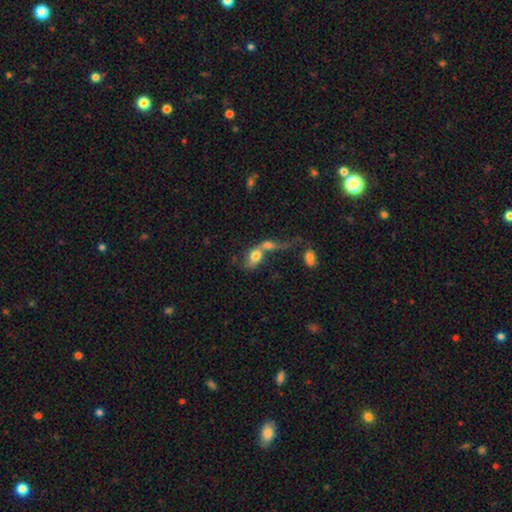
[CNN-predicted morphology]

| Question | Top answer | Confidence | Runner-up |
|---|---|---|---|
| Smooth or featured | smooth | 63% | featured or disk (27%) |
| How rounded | in between | 74% | round (20%) |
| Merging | merger | 74% | none (12%) |